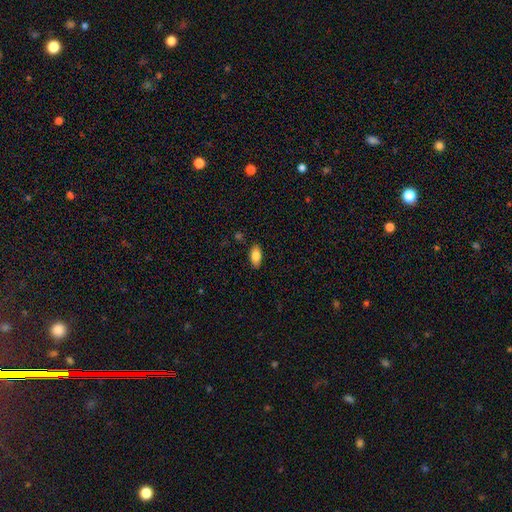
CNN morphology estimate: type=smooth (83%); roundness=in between (91%); merging=none (87%).